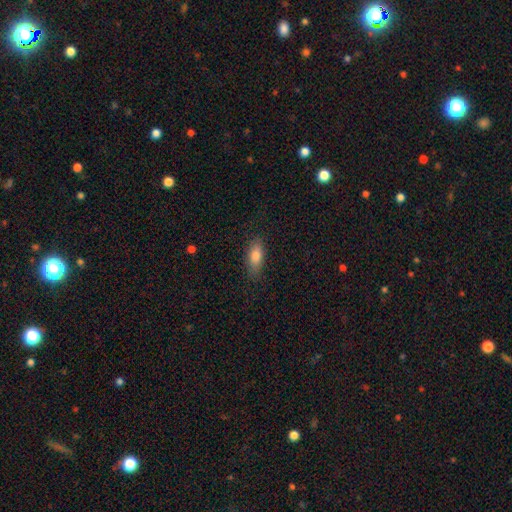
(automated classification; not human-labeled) Overall: smooth (81%). How rounded: in between (76%). Merging: none (84%).